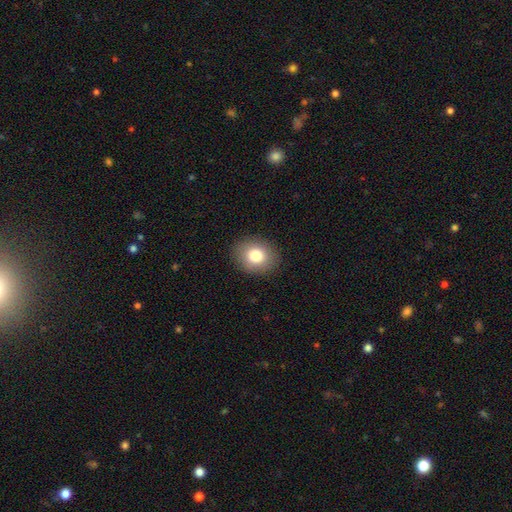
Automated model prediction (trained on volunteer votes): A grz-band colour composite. It shows a smooth galaxy with no disk features (80%) that is round (59%). Merging: none (89%).